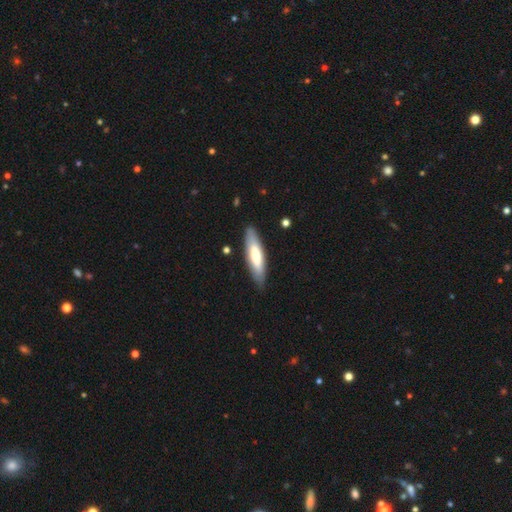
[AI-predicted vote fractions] smooth 64%, featured or disk 32%, star or artifact 5%. Down the decision tree: how rounded — cigar-shaped (62%); merging — none (86%).